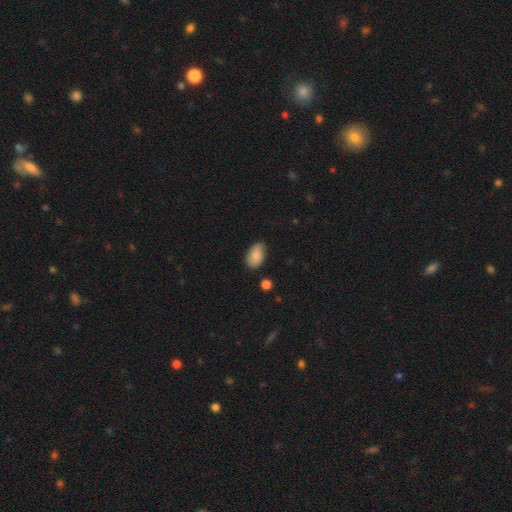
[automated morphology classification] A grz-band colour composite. It shows a smooth galaxy with no disk features (86%) that is in between round and cigar-shaped (92%). Merging: none (77%).